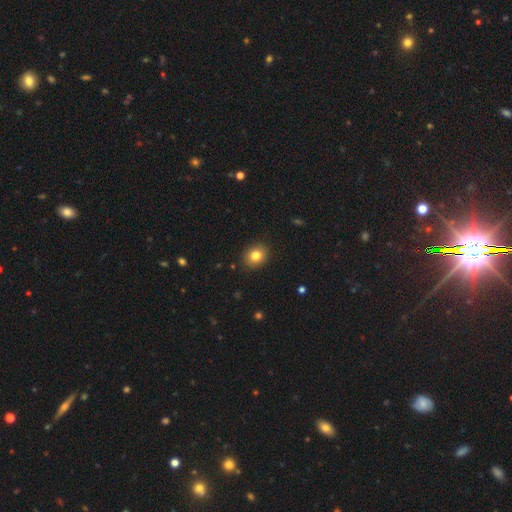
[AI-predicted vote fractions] The model was most divided on "how rounded": round: 61%, in between: 38%, cigar-shaped: 1%. More confident: merging — none (90%); smooth or featured — smooth (82%).